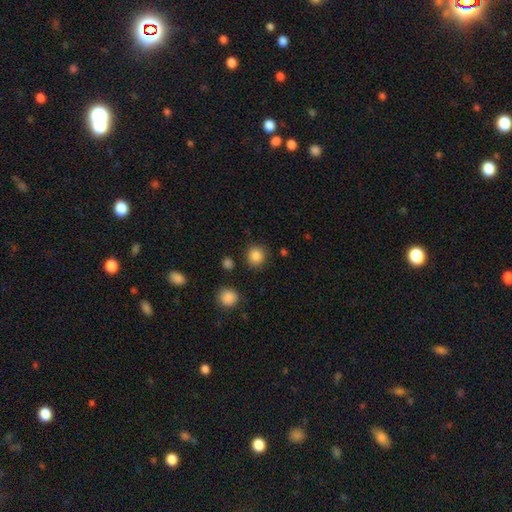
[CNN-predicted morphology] type=smooth (86%); roundness=round (89%); merging=none (85%).